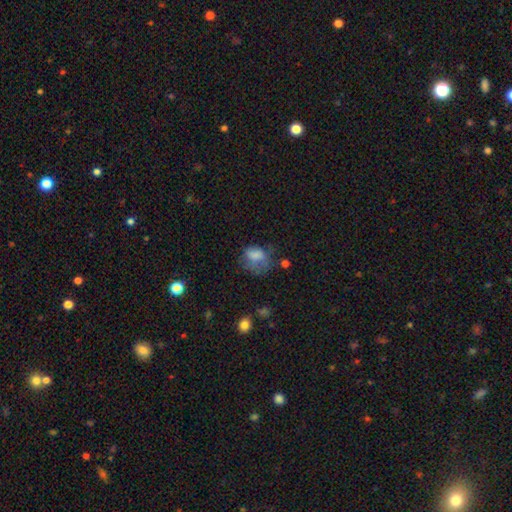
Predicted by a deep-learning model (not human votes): Overall: smooth (70%). How rounded: in between (61%; round 38%). Merging: major disturbance (36%; none 31%).